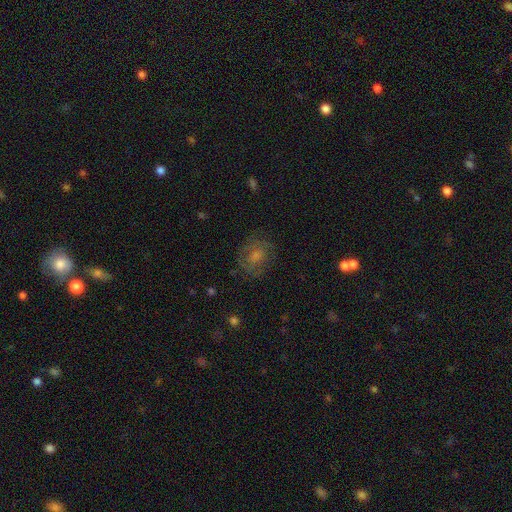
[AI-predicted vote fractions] Morphology: type=smooth (43%); merging=none (77%).